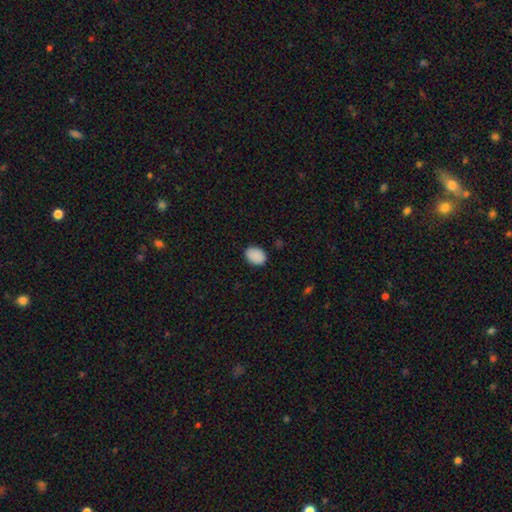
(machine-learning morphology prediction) Smooth or featured? smooth (90%)
How rounded? in between (74%)
Merging? none (85%)